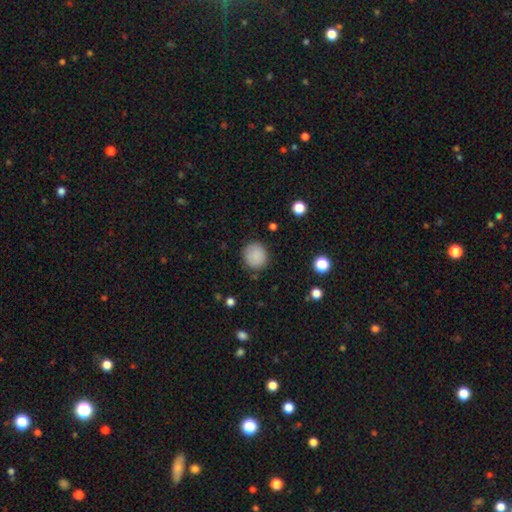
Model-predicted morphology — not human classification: smooth 87%, star or artifact 8%, featured or disk 4%. Down the decision tree: how rounded — round (88%); merging — none (85%).